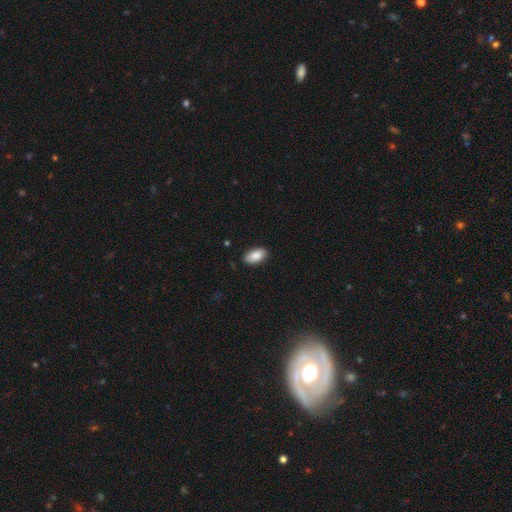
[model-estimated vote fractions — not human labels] Morphology: type=smooth (87%); roundness=in between (94%); merging=none (87%).